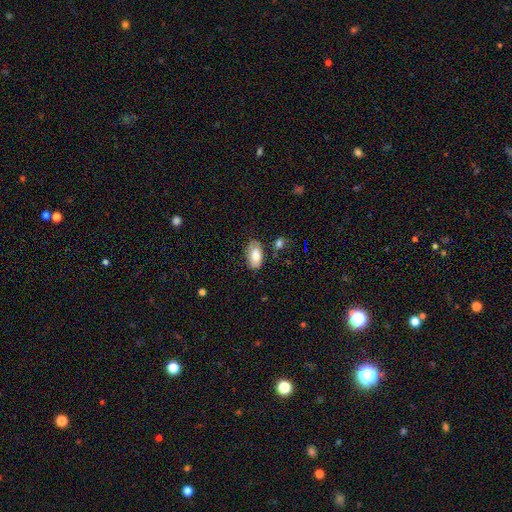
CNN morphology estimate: smooth_or_featured: smooth (p=0.75) [alt: featured or disk p=0.18]
how_rounded: in between (p=0.94) [alt: round p=0.04]
merging: none (p=0.68) [alt: minor disturbance p=0.22]